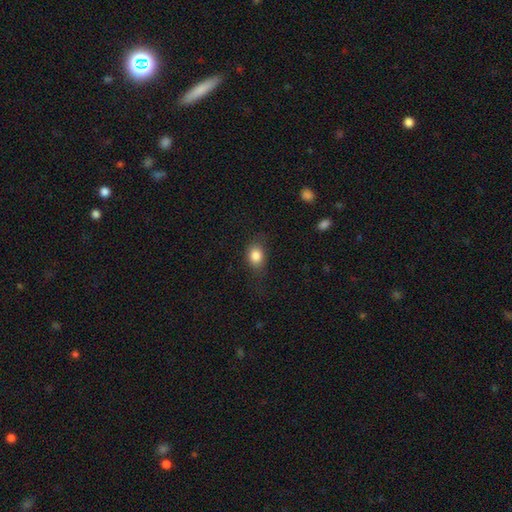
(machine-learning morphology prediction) Smooth or featured: smooth — 83% (star or artifact — 10%)
How rounded: in between — 56% (round — 43%)
Merging: none — 72% (minor disturbance — 19%)